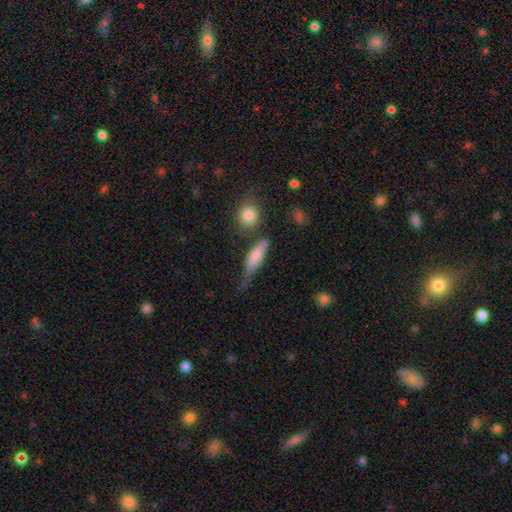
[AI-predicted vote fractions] A smooth galaxy with no disk features (64%) that is cigar-shaped (58%).

Vote fractions:
- Smooth or featured? smooth: 64% / featured or disk: 28% / star or artifact: 8%
- How rounded? cigar-shaped: 58% / in between: 36% / round: 5%
- Merging? none: 45% / minor disturbance: 31% / major disturbance: 14% / merger: 11%